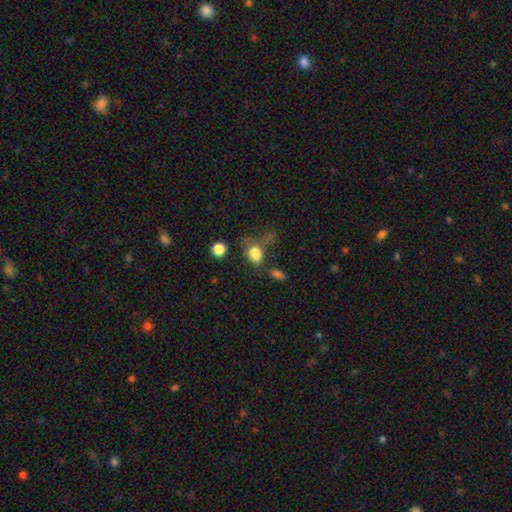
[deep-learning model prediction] smooth 78%, star or artifact 12%, featured or disk 10%. Down the decision tree: how rounded — in between (61%); merging — none (36%).